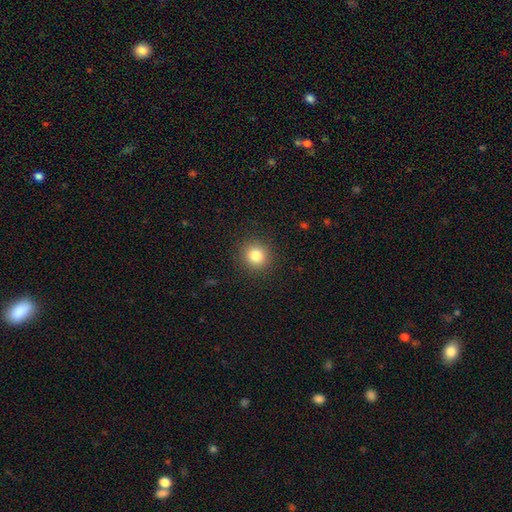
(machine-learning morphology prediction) Overall: smooth (82%). How rounded: round (89%). Merging: none (90%).